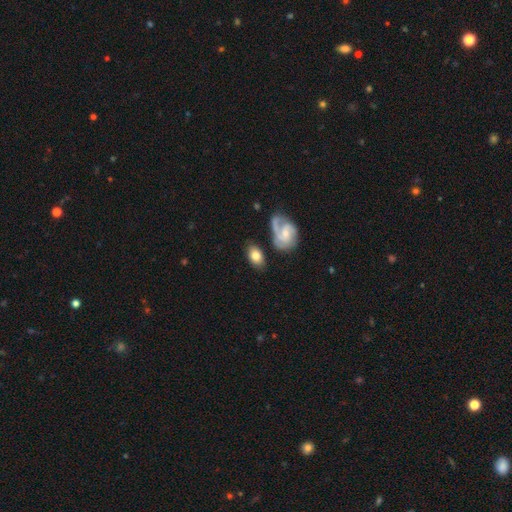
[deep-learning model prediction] Smooth or featured?
  - smooth: 68% *
  - featured or disk: 26%
  - star or artifact: 6%
How rounded?
  - in between: 85% *
  - round: 13%
  - cigar-shaped: 2%
Merging?
  - none: 68% *
  - minor disturbance: 17%
  - merger: 8%
  - major disturbance: 7%